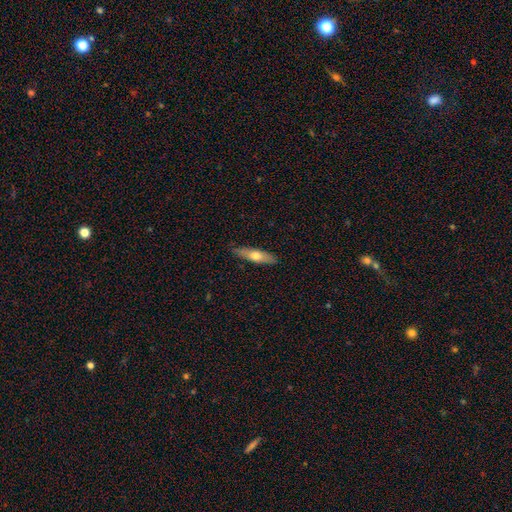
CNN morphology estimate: Smooth or featured? smooth (56%)
How rounded? cigar-shaped (65%)
Merging? none (86%)